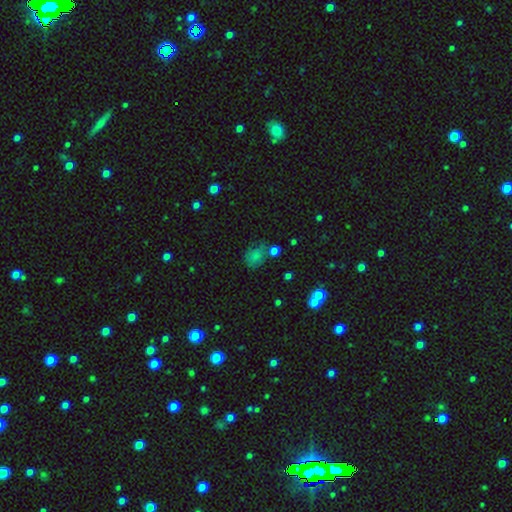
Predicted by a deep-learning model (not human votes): Smooth or featured?
  - smooth: 71% *
  - star or artifact: 17%
  - featured or disk: 12%
How rounded?
  - in between: 54% *
  - round: 45%
  - cigar-shaped: 1%
Merging?
  - none: 45% *
  - minor disturbance: 26%
  - merger: 14%
  - major disturbance: 14%